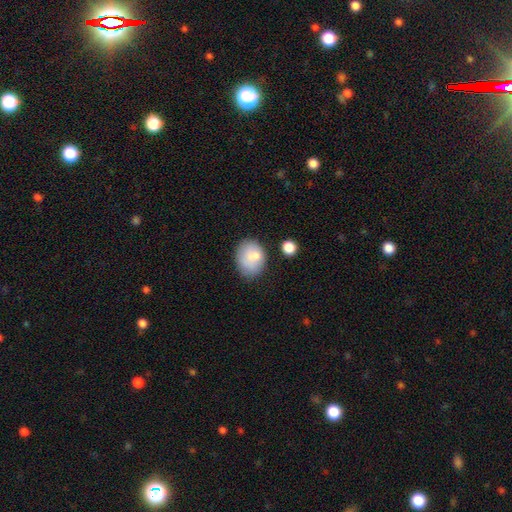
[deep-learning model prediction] Smooth or featured: smooth — 79% (featured or disk — 13%)
How rounded: in between — 60% (round — 39%)
Merging: none — 66% (minor disturbance — 21%)